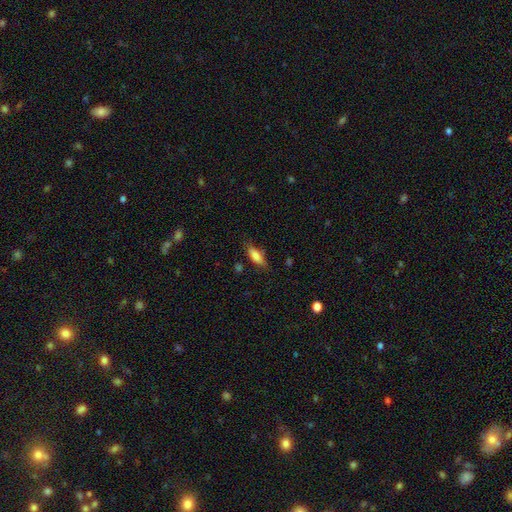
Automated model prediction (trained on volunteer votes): Smooth or featured? Predicted: smooth (p=0.78). How rounded? Predicted: in between (p=0.67). Merging? Predicted: none (p=0.72).